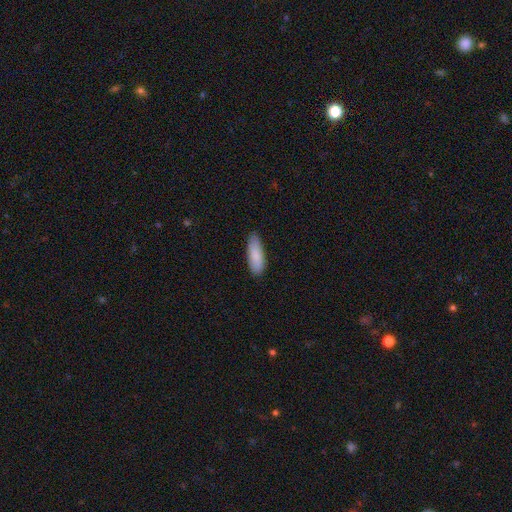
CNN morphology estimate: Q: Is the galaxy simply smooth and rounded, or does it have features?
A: smooth — 86%.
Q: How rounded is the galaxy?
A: in between — 63%.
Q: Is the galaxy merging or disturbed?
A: none — 82%.